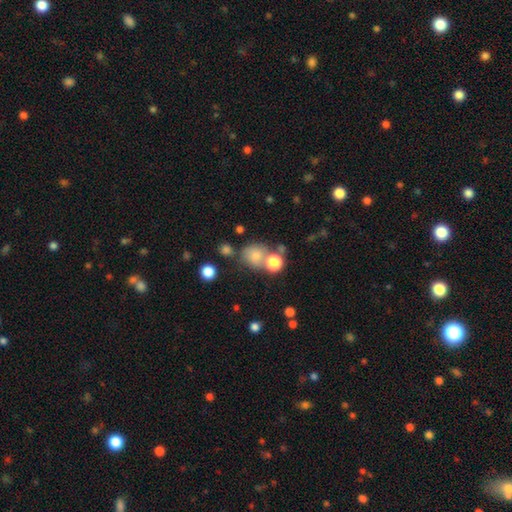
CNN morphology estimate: type=smooth (76%); roundness=round (76%); merging=none (51%).